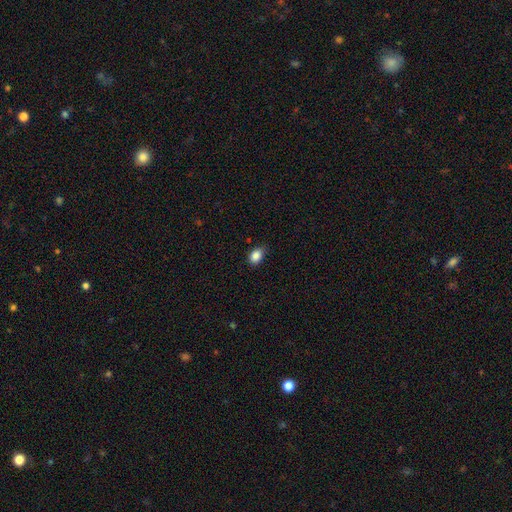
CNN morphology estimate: Smooth or featured? smooth (87%)
How rounded? in between (77%)
Merging? none (75%)